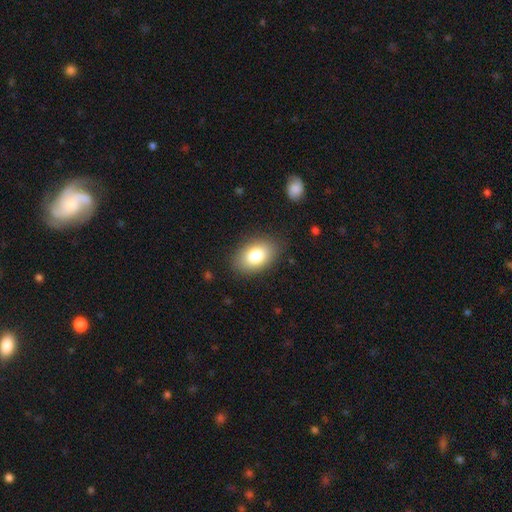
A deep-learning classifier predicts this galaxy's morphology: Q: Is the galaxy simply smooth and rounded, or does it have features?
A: smooth — 79%.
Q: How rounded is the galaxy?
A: in between — 87%.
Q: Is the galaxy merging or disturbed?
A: none — 85%.